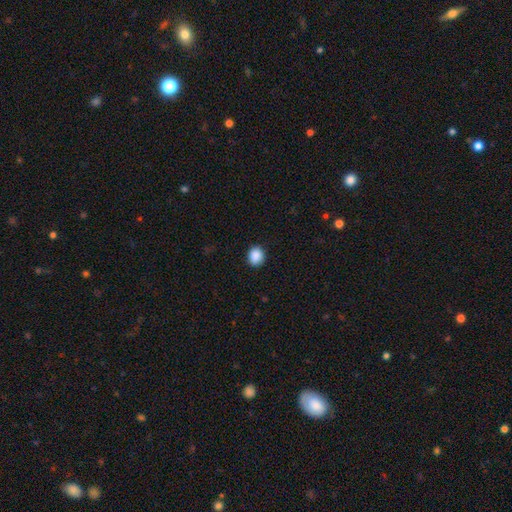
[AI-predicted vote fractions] smooth_or_featured: smooth (p=0.89) [alt: star or artifact p=0.08]
how_rounded: round (p=0.65) [alt: in between p=0.34]
merging: none (p=0.89) [alt: minor disturbance p=0.08]